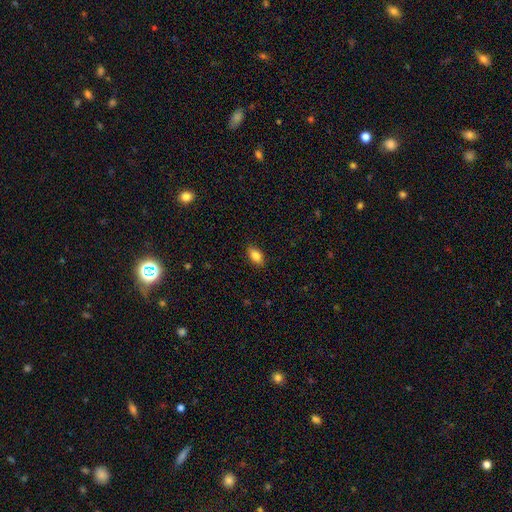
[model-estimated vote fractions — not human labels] A smooth galaxy with no disk features (85%) that is in between round and cigar-shaped (89%).

Vote fractions:
- Smooth or featured? smooth: 85% / star or artifact: 8% / featured or disk: 7%
- How rounded? in between: 89% / round: 8% / cigar-shaped: 4%
- Merging? none: 87% / minor disturbance: 9% / major disturbance: 2% / merger: 1%